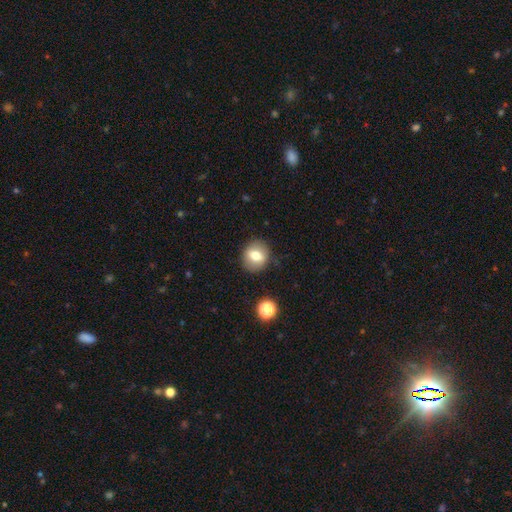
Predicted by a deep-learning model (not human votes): This is likely a smooth galaxy (71%). How rounded: likely round (72%). Merging: clearly none (85%).